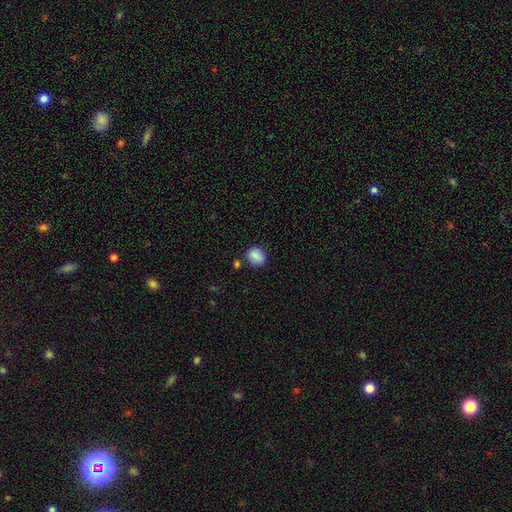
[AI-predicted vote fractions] Smooth or featured? Predicted: smooth (p=0.86). How rounded? Predicted: round (p=0.59). Merging? Predicted: none (p=0.76).